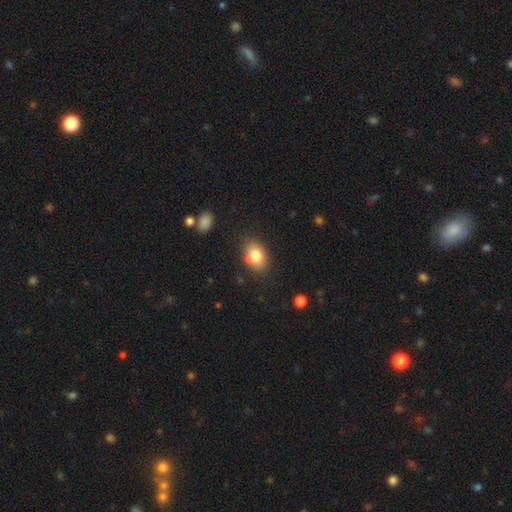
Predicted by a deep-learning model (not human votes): smooth 80%, featured or disk 11%, star or artifact 9%. Down the decision tree: how rounded — in between (77%); merging — none (76%).